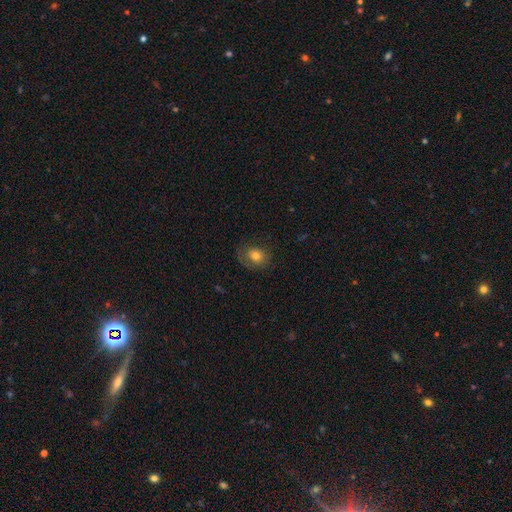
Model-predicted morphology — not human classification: Q: Smooth or featured?
A: smooth (73%); runner-up: featured or disk (17%)
Q: How rounded?
A: round (54%); runner-up: in between (45%)
Q: Merging?
A: none (67%); runner-up: minor disturbance (20%)